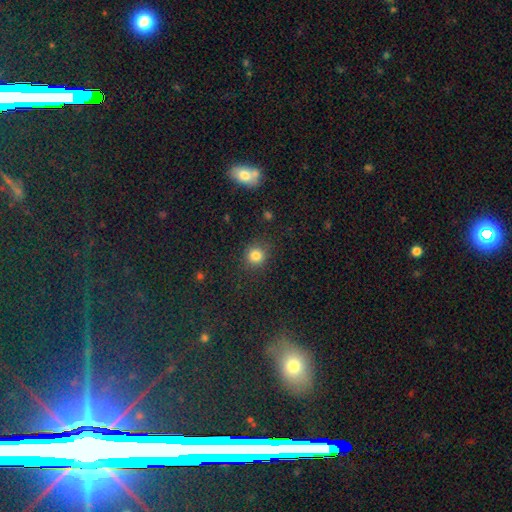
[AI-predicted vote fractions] A smooth galaxy with no disk features (82%) that is round (90%).

Vote fractions:
- Smooth or featured? smooth: 82% / star or artifact: 14% / featured or disk: 5%
- How rounded? round: 90% / in between: 9% / cigar-shaped: 1%
- Merging? none: 86% / minor disturbance: 8% / major disturbance: 3% / merger: 2%